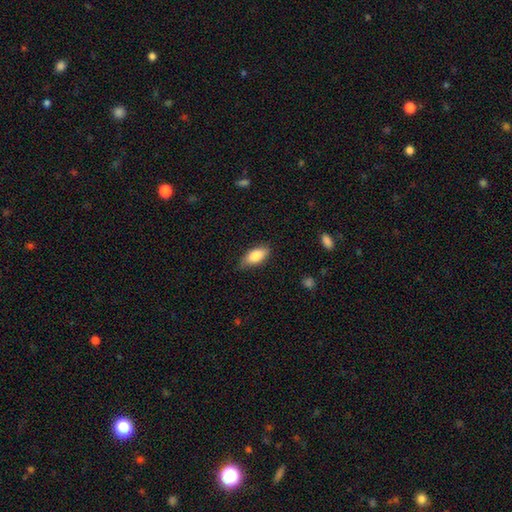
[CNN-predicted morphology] type=smooth (82%); roundness=in between (86%); merging=none (75%).